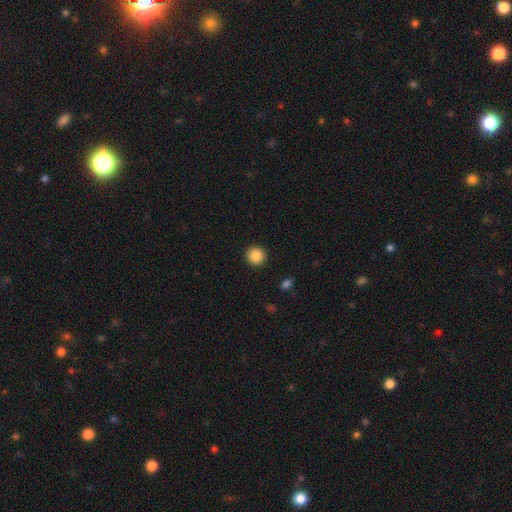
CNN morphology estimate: A smooth galaxy with no disk features (87%) that is round (95%). Merging: none (93%).